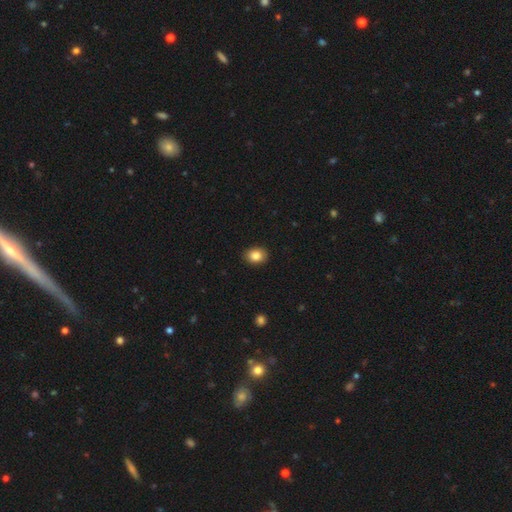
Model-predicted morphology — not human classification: Smooth or featured: smooth — 86% (star or artifact — 9%)
How rounded: in between — 56% (round — 43%)
Merging: none — 89% (minor disturbance — 8%)